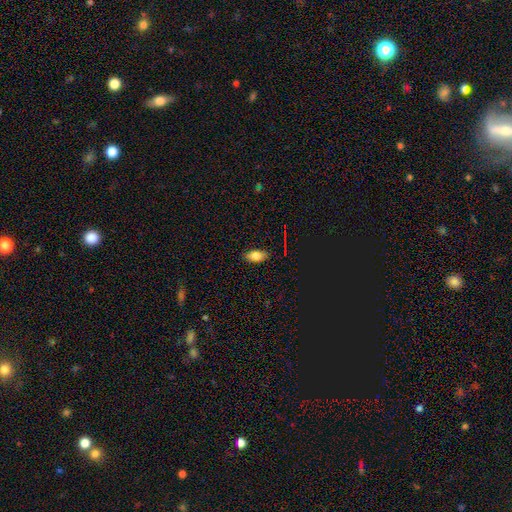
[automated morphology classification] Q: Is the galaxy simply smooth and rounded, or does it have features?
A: smooth — 79%.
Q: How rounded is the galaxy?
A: in between — 89%.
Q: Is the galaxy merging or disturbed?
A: none — 85%.